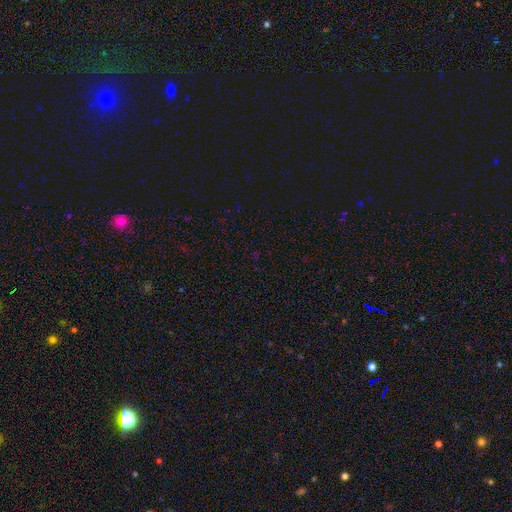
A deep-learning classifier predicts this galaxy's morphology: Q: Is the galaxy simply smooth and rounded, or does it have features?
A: star or artifact — 69%.